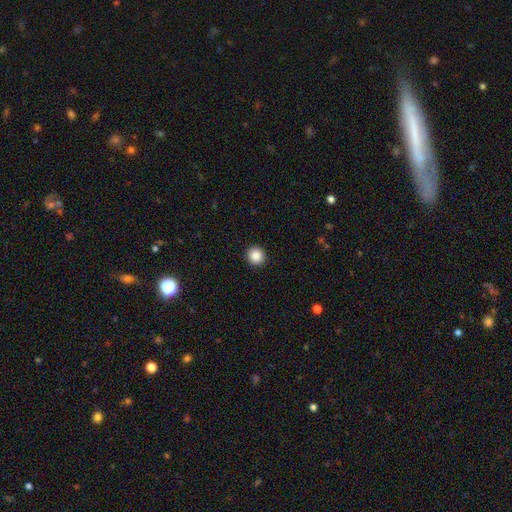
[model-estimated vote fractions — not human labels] The model was most divided on "smooth or featured": smooth: 88%, star or artifact: 9%, featured or disk: 3%. More confident: how rounded — round (95%); merging — none (93%).